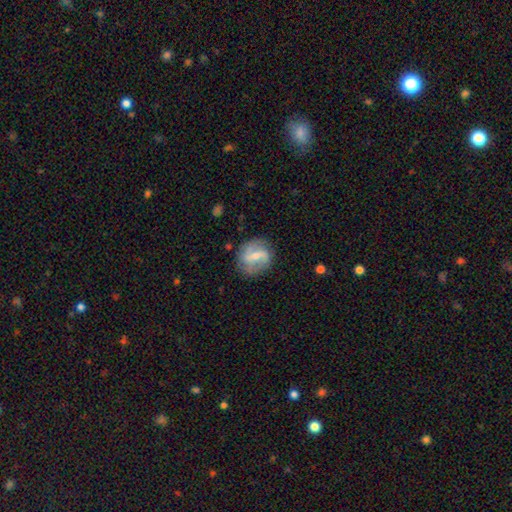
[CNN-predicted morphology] This is likely a featured or disk galaxy (67%). It is clearly not viewed edge-on (96%). Bar: possibly weak (46%). Spiral arm pattern: clearly yes (82%). Spiral arm count: clearly 2 (84%). Spiral winding: marginally loose (44%). Central bulge: possibly small (55%). Merging: likely none (78%).